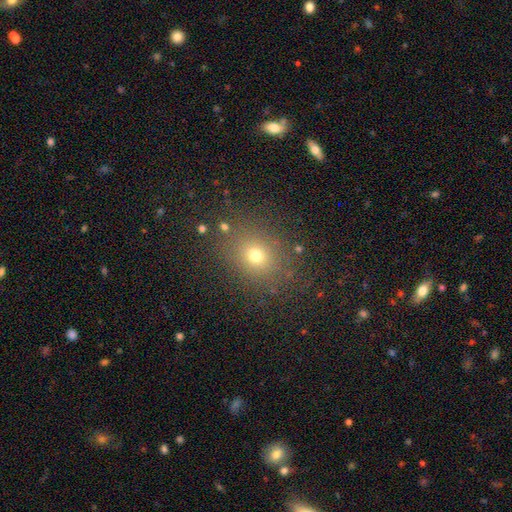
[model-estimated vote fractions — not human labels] smooth-or-featured: smooth: 70% | star or artifact: 20% | featured or disk: 10%
  how-rounded: round: 62% | in between: 37% | cigar-shaped: 1%
  merging: none: 82% | minor disturbance: 11% | major disturbance: 5% | merger: 2%